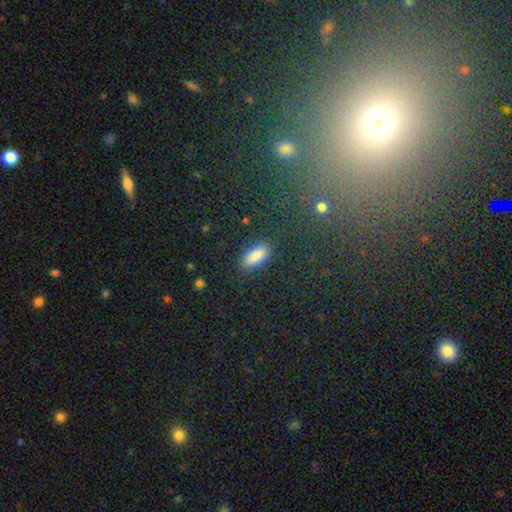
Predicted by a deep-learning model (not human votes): This is clearly a smooth galaxy (86%). How rounded: clearly in between (82%). Merging: clearly none (85%).